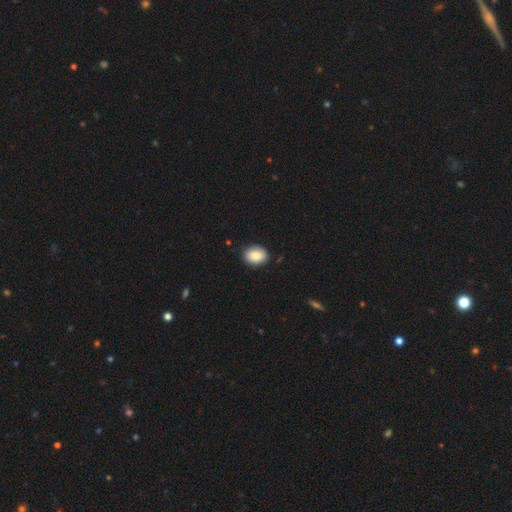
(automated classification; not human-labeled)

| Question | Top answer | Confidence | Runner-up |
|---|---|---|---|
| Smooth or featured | smooth | 84% | featured or disk (8%) |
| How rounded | in between | 61% | round (38%) |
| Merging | none | 86% | minor disturbance (11%) |